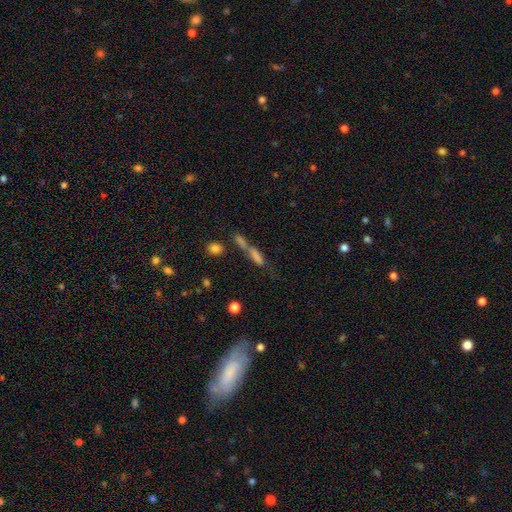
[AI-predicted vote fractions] This appears to be a smooth galaxy with no disk features (55%) that is cigar-shaped (67%). Merging: merger (42%).